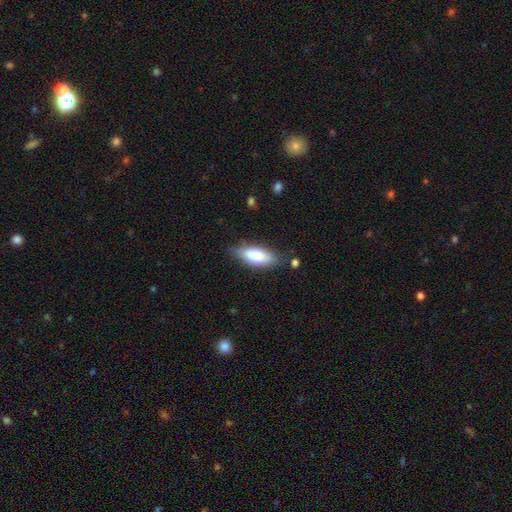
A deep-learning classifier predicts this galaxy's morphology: Q: Smooth or featured?
A: smooth (77%); runner-up: featured or disk (16%)
Q: How rounded?
A: in between (74%); runner-up: cigar-shaped (24%)
Q: Merging?
A: none (78%); runner-up: minor disturbance (16%)